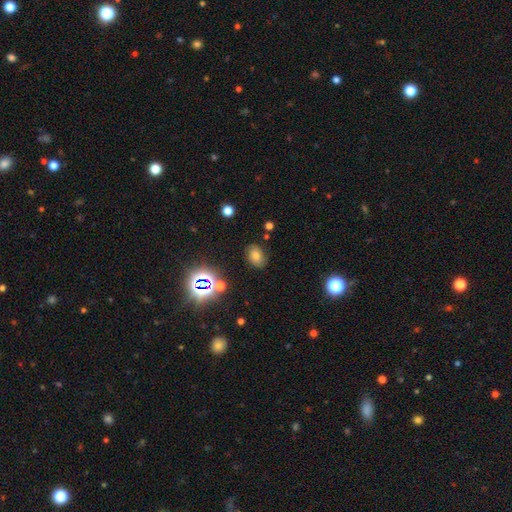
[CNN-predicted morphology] Smooth or featured?
  - smooth: 62% *
  - star or artifact: 26%
  - featured or disk: 12%
How rounded?
  - in between: 71% *
  - round: 28%
  - cigar-shaped: 1%
Merging?
  - none: 82% *
  - minor disturbance: 12%
  - major disturbance: 3%
  - merger: 2%